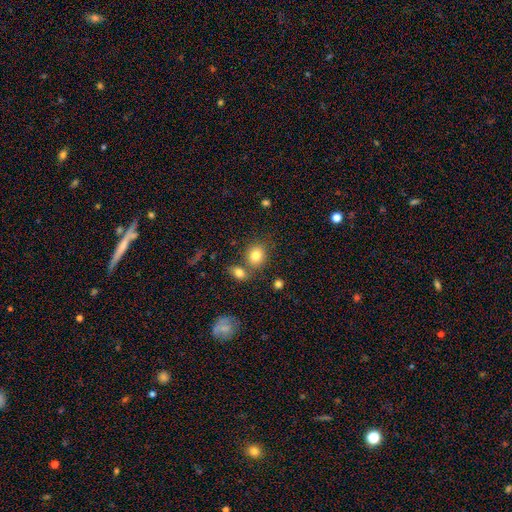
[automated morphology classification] A smooth galaxy with no disk features (81%) that is round (63%).

Vote fractions:
- Smooth or featured? smooth: 81% / star or artifact: 10% / featured or disk: 8%
- How rounded? round: 63% / in between: 35% / cigar-shaped: 1%
- Merging? none: 64% / merger: 22% / minor disturbance: 11% / major disturbance: 4%